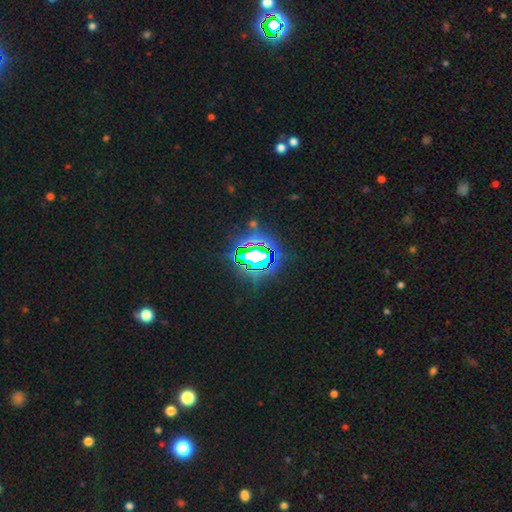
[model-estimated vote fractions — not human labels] Morphology: type=star or artifact (76%).